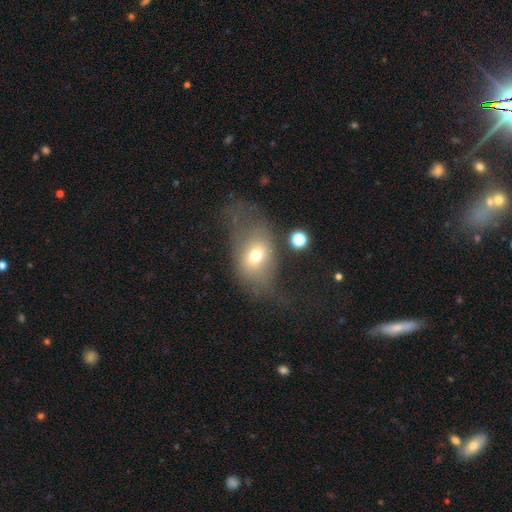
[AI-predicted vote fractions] A smooth galaxy with no disk features (61%) that is in between round and cigar-shaped (78%). Merging: none (38%).